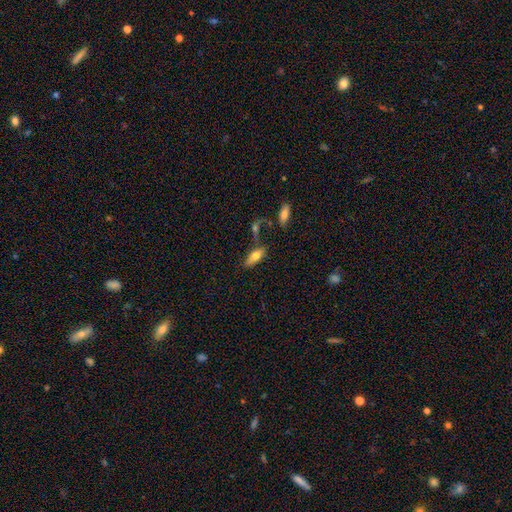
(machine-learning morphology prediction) smooth_or_featured: smooth (p=0.67) [alt: featured or disk p=0.25]
how_rounded: in between (p=0.76) [alt: cigar-shaped p=0.22]
merging: none (p=0.56) [alt: merger p=0.19]